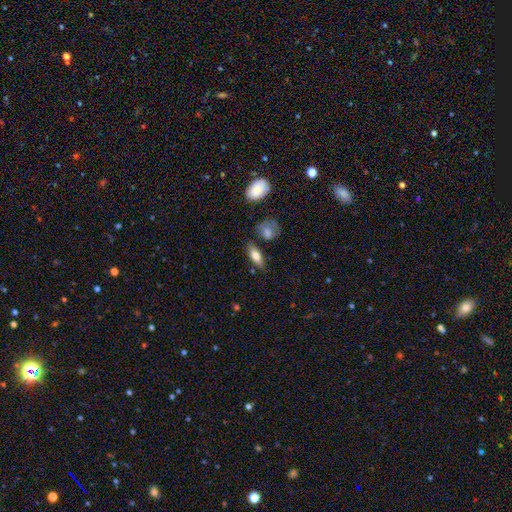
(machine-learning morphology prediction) Overall: smooth (72%). How rounded: in between (72%). Merging: none (78%).